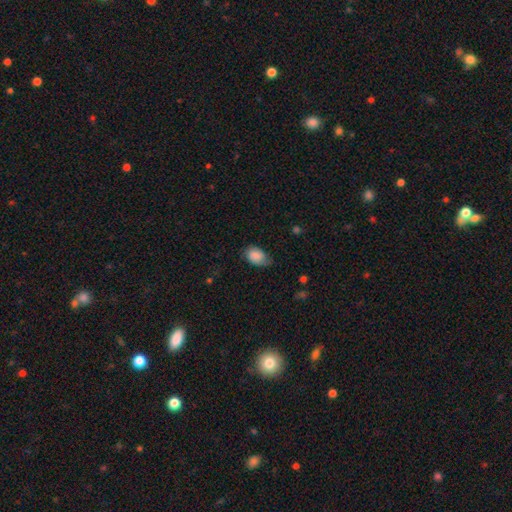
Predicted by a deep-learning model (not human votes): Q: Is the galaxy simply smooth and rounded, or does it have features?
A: smooth — 78%.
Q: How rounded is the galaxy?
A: in between — 82%.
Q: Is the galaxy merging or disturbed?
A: none — 49%.